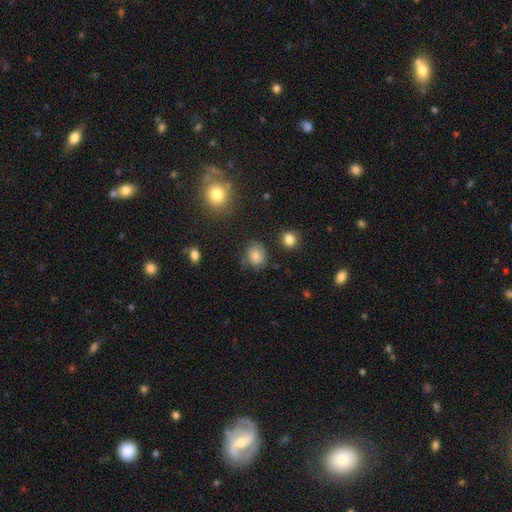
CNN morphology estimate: The model was most divided on "how rounded": round: 54%, in between: 45%, cigar-shaped: 1%. More confident: smooth or featured — smooth (77%); merging — none (67%).